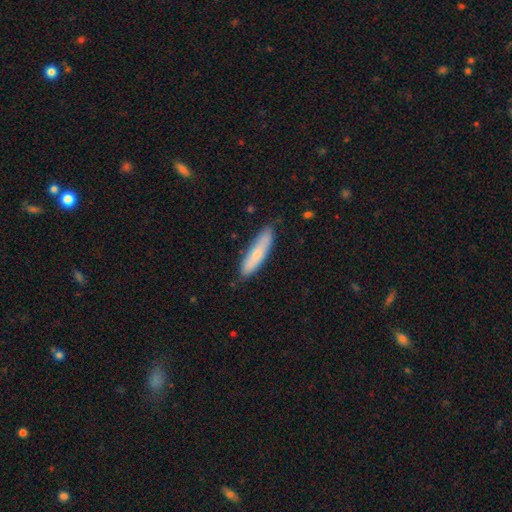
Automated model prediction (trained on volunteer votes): smooth-or-featured: smooth: 73% | featured or disk: 22% | star or artifact: 6%
  how-rounded: cigar-shaped: 74% | in between: 24% | round: 1%
  merging: none: 81% | minor disturbance: 15% | major disturbance: 2% | merger: 1%